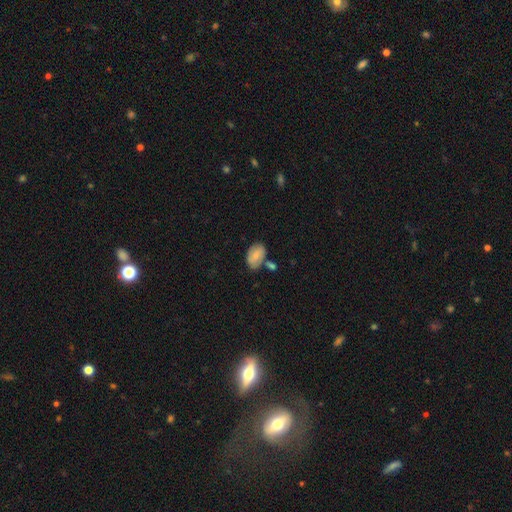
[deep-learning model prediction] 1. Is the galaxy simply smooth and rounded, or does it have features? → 73% smooth, 20% featured or disk, 7% star or artifact.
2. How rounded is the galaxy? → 90% in between, 9% round, 1% cigar-shaped.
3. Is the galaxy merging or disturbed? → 58% none, 20% minor disturbance, 17% merger, 5% major disturbance.